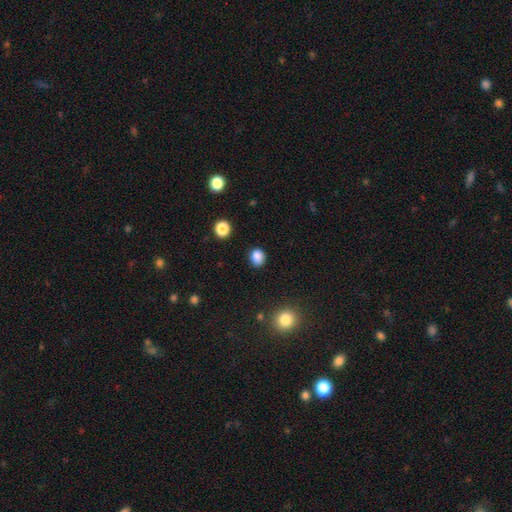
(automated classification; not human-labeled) smooth 86%, star or artifact 11%, featured or disk 3%. Down the decision tree: how rounded — round (66%); merging — none (86%).